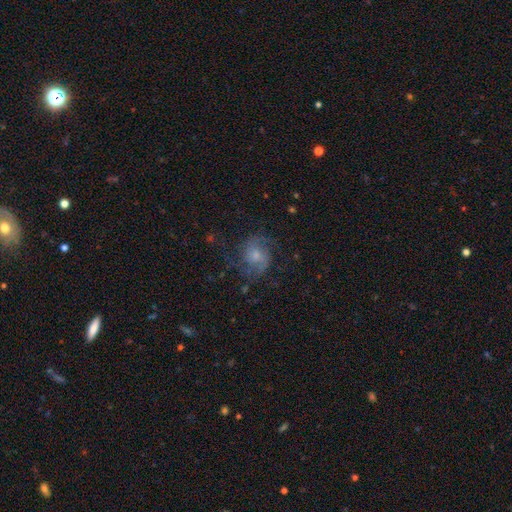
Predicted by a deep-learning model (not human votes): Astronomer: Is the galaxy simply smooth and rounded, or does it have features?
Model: featured or disk — 69%.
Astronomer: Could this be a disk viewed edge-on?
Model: no — 98%.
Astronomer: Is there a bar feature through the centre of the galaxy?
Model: no — 66%.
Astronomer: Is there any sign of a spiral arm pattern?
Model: yes — 92%.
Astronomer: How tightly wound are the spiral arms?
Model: medium — 50% (runner-up: loose, 27%).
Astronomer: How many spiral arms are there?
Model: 2 — 75%.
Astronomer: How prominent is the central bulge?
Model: moderate — 45% (runner-up: small, 36%).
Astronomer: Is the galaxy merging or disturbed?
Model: none — 63%.